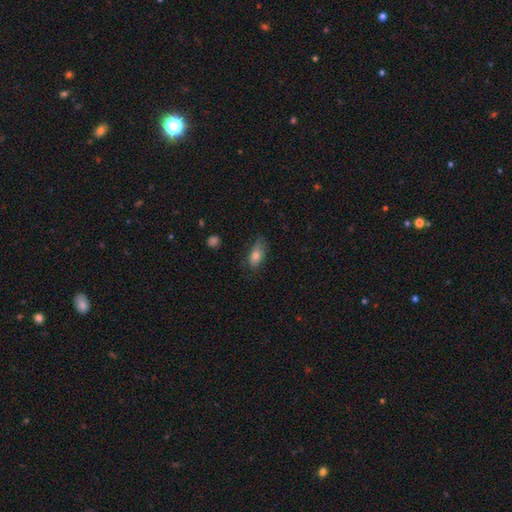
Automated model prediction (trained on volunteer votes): Morphology: type=smooth (74%); roundness=in between (87%); merging=none (66%).